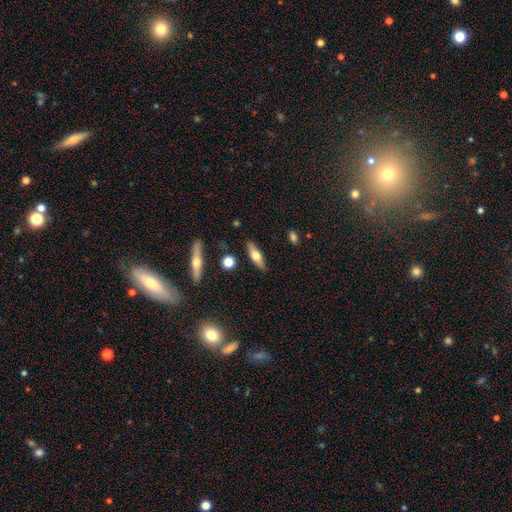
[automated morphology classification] A featured or disk galaxy (47%).

Vote fractions:
- Smooth or featured? featured or disk: 47% / smooth: 46% / star or artifact: 7%
- Merging? none: 85% / minor disturbance: 10% / merger: 3% / major disturbance: 2%